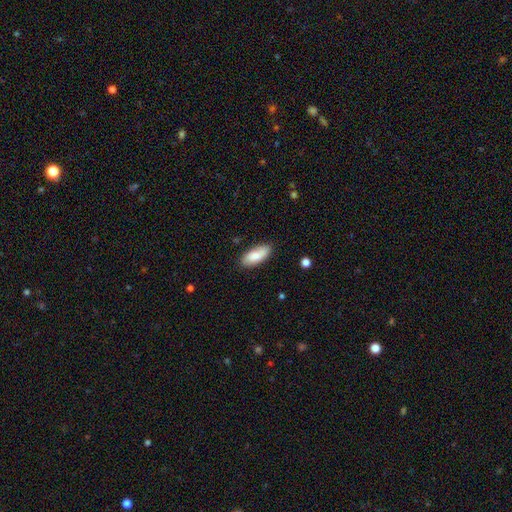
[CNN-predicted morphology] This appears to be a smooth galaxy with no disk features (79%) that is in between round and cigar-shaped (84%). Merging: none (83%).